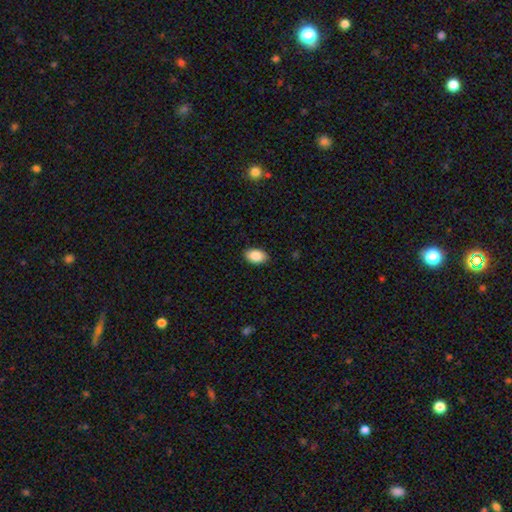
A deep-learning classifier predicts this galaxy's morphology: The model was most divided on "merging": none: 89%, minor disturbance: 8%, major disturbance: 2%, merger: 1%. More confident: how rounded — in between (90%); smooth or featured — smooth (88%).